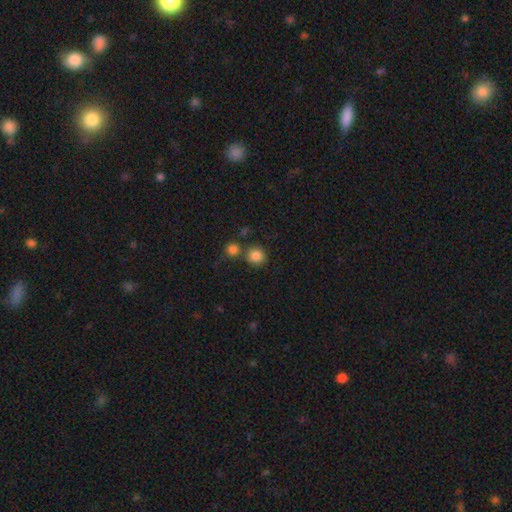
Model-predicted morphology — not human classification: Q: Smooth or featured?
A: smooth (84%); runner-up: star or artifact (11%)
Q: How rounded?
A: round (89%); runner-up: in between (10%)
Q: Merging?
A: none (68%); runner-up: merger (20%)